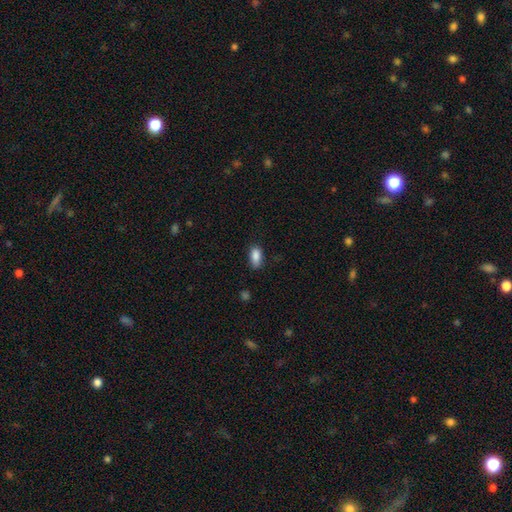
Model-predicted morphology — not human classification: Smooth or featured: smooth — 87% (star or artifact — 8%)
How rounded: in between — 89% (cigar-shaped — 7%)
Merging: none — 76% (minor disturbance — 19%)